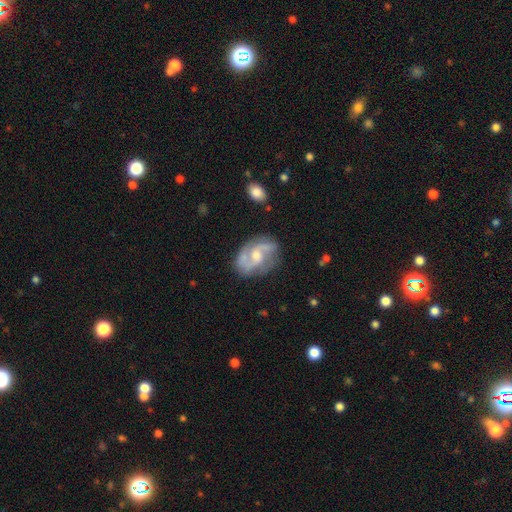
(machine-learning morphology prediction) A featured or disk galaxy (82%) with no bar (46%), 2 (82%) medium (51%) spiral arms (94%) and a moderate central bulge (56%).

Vote fractions:
- Smooth or featured? featured or disk: 82% / smooth: 12% / star or artifact: 6%
- Edge-on disk? no: 97% / yes: 3%
- Bar? no: 46% / weak: 45% / strong: 8%
- Spiral arms? yes: 94% / no: 6%
- Spiral winding? medium: 51% / loose: 29% / tight: 19%
- Spiral arm count? 2: 82% / can't tell: 7% / 3: 5% / 1: 4% / 4: 1% / more than 4: 1%
- Bulge size? moderate: 56% / small: 33% / none: 5% / large: 5% / dominant: 1%
- Merging? none: 68% / minor disturbance: 21% / major disturbance: 9% / merger: 3%